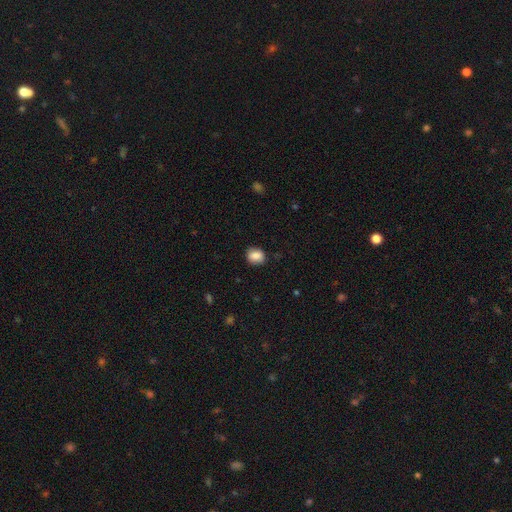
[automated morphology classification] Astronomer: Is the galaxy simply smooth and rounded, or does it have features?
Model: smooth — 87%.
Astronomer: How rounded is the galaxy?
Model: round — 56% (runner-up: in between, 43%).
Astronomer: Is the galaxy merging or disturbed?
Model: none — 86%.